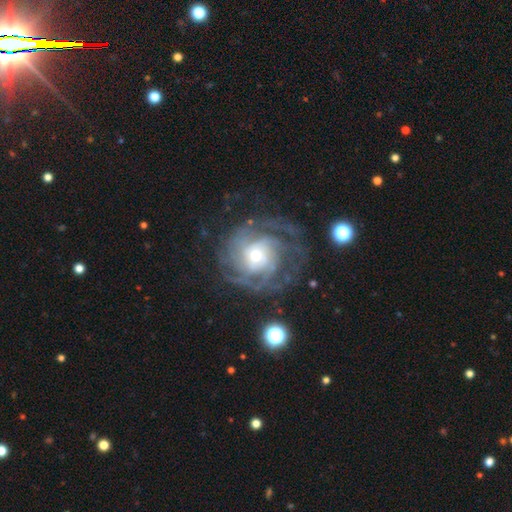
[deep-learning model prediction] Smooth or featured?
  - featured or disk: 88% *
  - smooth: 6%
  - star or artifact: 6%
Edge-on disk?
  - no: 98% *
  - yes: 2%
Bar?
  - no: 73% *
  - weak: 21%
  - strong: 6%
Spiral arms?
  - yes: 96% *
  - no: 4%
Spiral winding?
  - tight: 64% *
  - medium: 28%
  - loose: 8%
Spiral arm count?
  - can't tell: 29% *
  - 3: 21%
  - 4: 18%
  - 2: 14%
  - more than 4: 10%
  - 1: 7%
Bulge size?
  - small: 46% *
  - moderate: 45%
  - large: 7%
  - dominant: 1%
  - none: 1%
Merging?
  - none: 70% *
  - minor disturbance: 15%
  - major disturbance: 13%
  - merger: 2%